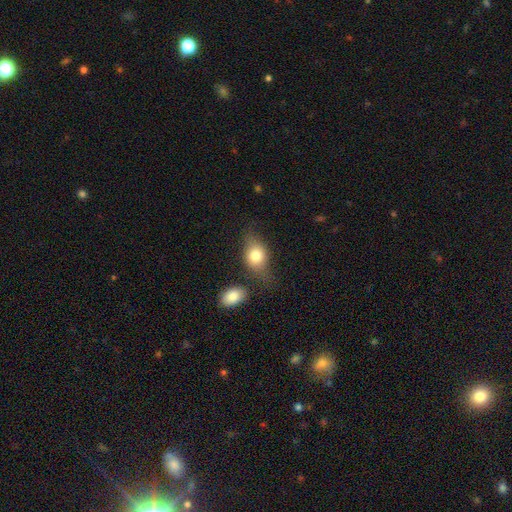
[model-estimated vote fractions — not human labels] smooth-or-featured: smooth: 75% | featured or disk: 17% | star or artifact: 8%
  how-rounded: in between: 69% | round: 28% | cigar-shaped: 3%
  merging: none: 54% | minor disturbance: 24% | major disturbance: 11% | merger: 11%